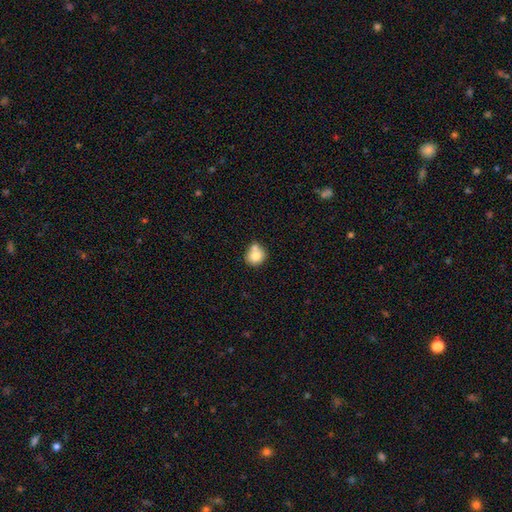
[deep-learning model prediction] smooth-or-featured: smooth: 76% | featured or disk: 15% | star or artifact: 9%
  how-rounded: round: 83% | in between: 16% | cigar-shaped: 1%
  merging: none: 52% | merger: 31% | minor disturbance: 13% | major disturbance: 4%